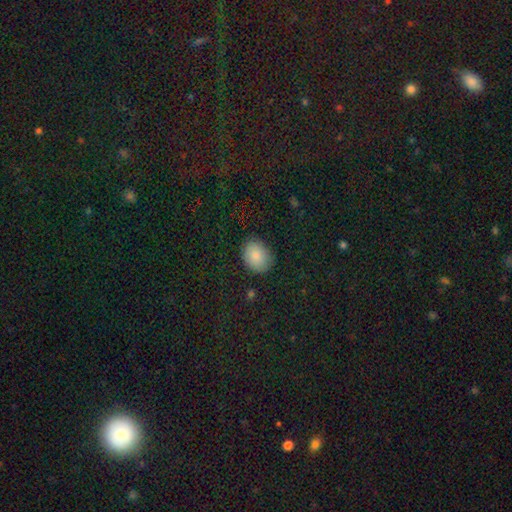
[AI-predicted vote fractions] This is clearly a smooth galaxy (85%). How rounded: possibly in between (56%). Merging: clearly none (84%).